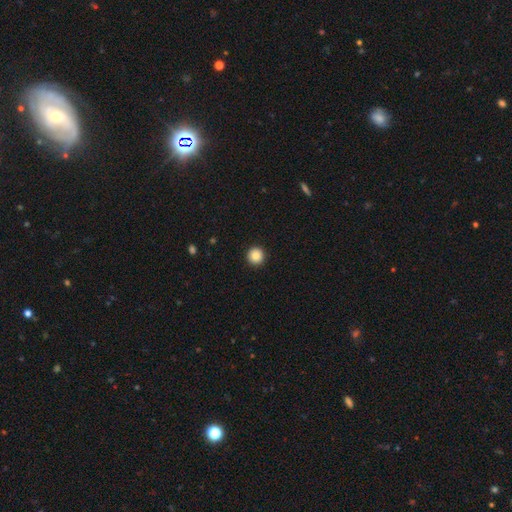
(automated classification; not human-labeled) smooth 86%, star or artifact 9%, featured or disk 5%. Down the decision tree: how rounded — round (96%); merging — none (93%).